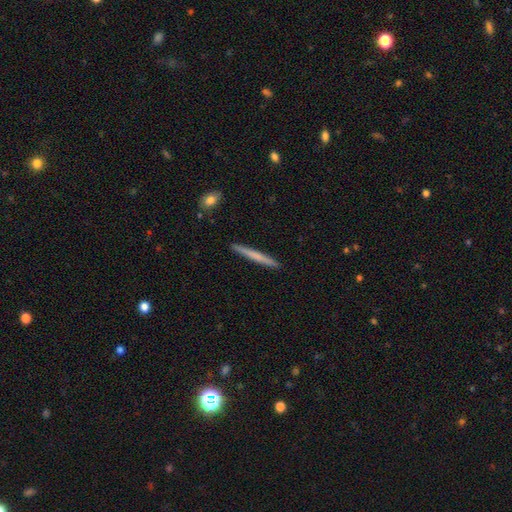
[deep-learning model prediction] Overall: smooth (60%; featured or disk 35%). How rounded: cigar-shaped (97%). Merging: none (92%).